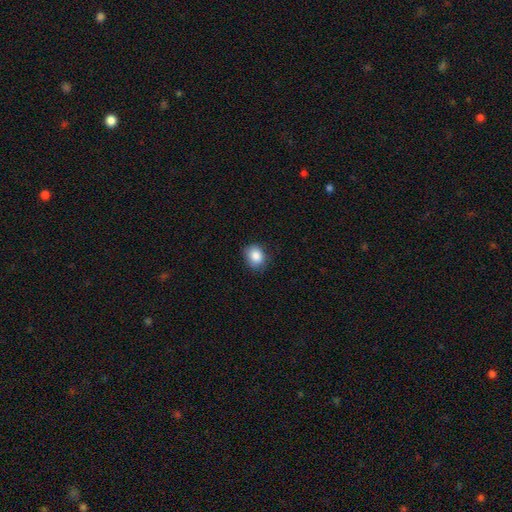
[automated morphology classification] A smooth galaxy with no disk features (86%) that is round (57%).

Vote fractions:
- Smooth or featured? smooth: 86% / star or artifact: 9% / featured or disk: 5%
- How rounded? round: 57% / in between: 42% / cigar-shaped: 1%
- Merging? none: 80% / minor disturbance: 16% / major disturbance: 3% / merger: 1%